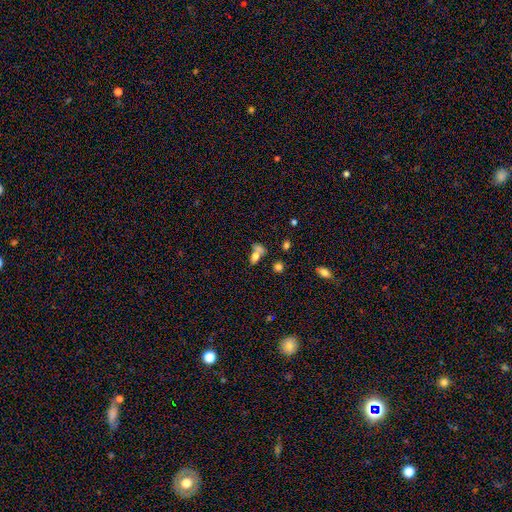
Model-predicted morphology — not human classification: type=smooth (70%); roundness=in between (74%); merging=merger (49%).